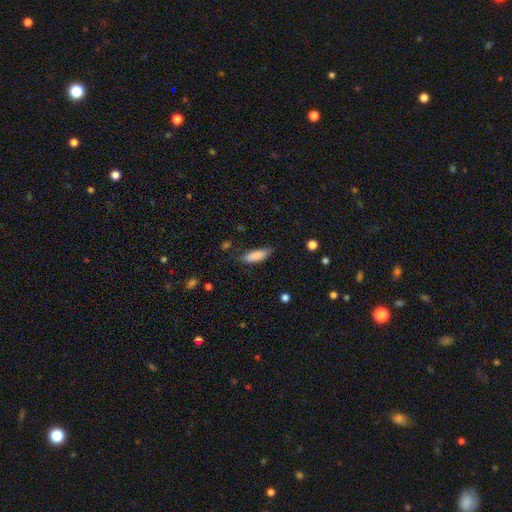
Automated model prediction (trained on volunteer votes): Morphology: type=smooth (86%); roundness=in between (62%); merging=none (74%).